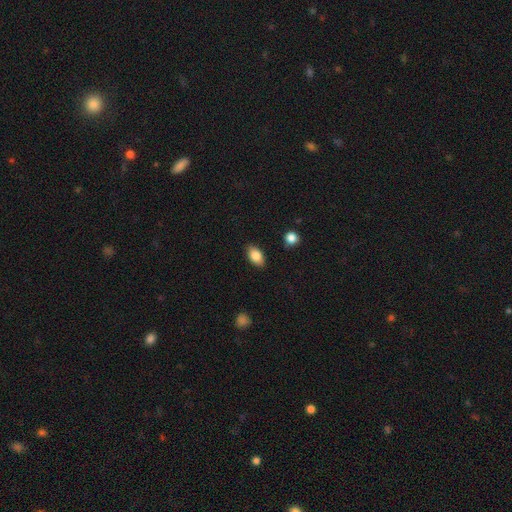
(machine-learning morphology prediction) The model was most divided on "smooth or featured": smooth: 84%, featured or disk: 8%, star or artifact: 7%. More confident: how rounded — in between (91%); merging — none (87%).